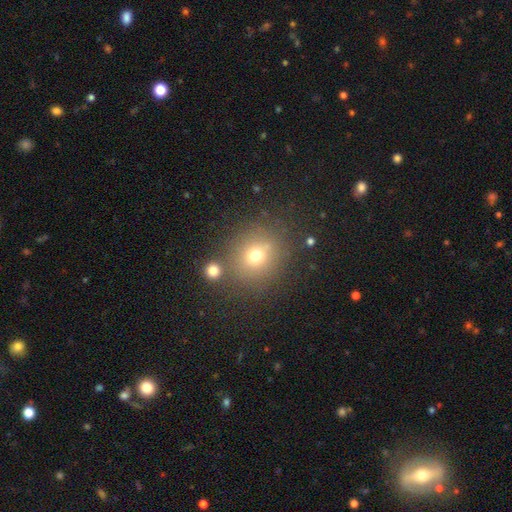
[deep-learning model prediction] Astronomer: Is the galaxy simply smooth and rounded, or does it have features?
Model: smooth — 69%.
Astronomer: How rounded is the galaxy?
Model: round — 81%.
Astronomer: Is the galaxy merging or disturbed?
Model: none — 74%.